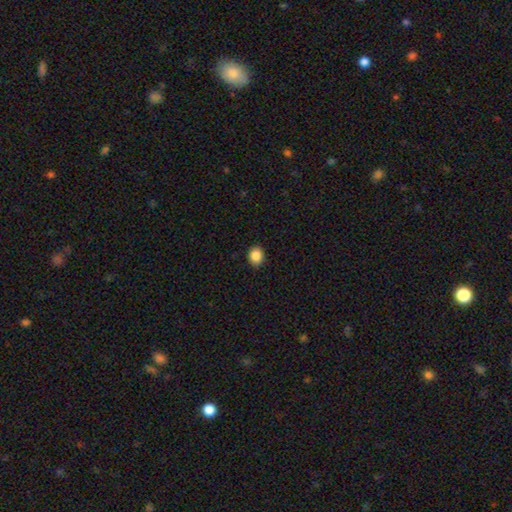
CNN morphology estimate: A smooth galaxy with no disk features (88%) that is round (66%). Merging: none (91%).